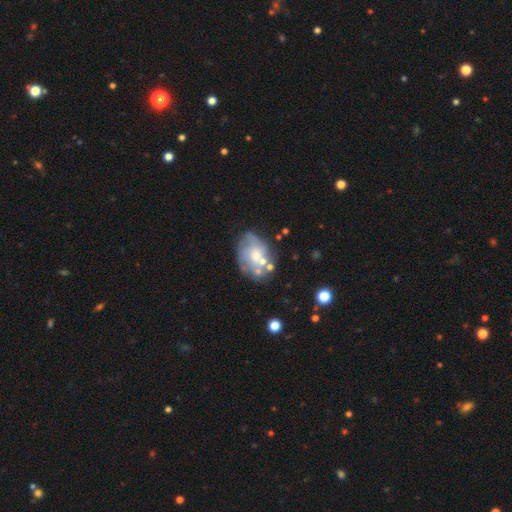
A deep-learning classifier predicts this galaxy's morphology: This is possibly a featured or disk galaxy (56%). It is clearly not viewed edge-on (97%). Bar: clearly no (83%). Spiral arm pattern: likely no (62%). Central bulge: possibly moderate (47%). Merging: possibly none (51%).